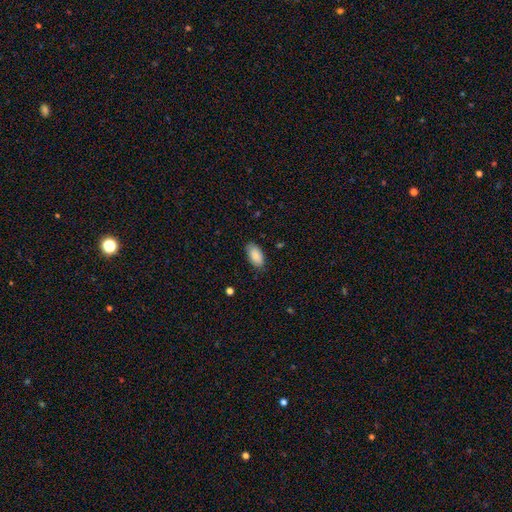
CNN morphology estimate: Q: Smooth or featured?
A: smooth (88%); runner-up: star or artifact (6%)
Q: How rounded?
A: in between (94%); runner-up: cigar-shaped (3%)
Q: Merging?
A: none (83%); runner-up: minor disturbance (13%)